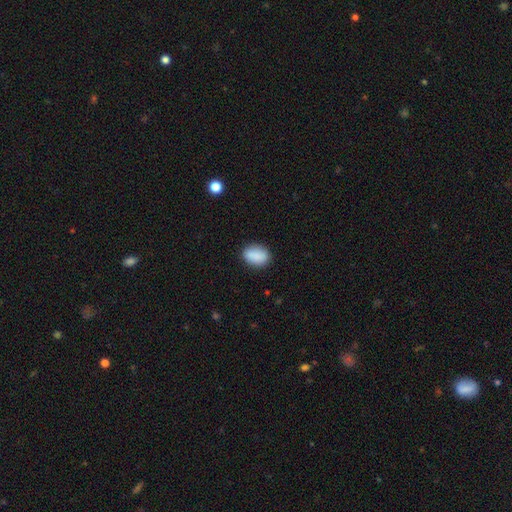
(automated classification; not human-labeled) Morphology: type=smooth (88%); roundness=in between (84%); merging=none (85%).